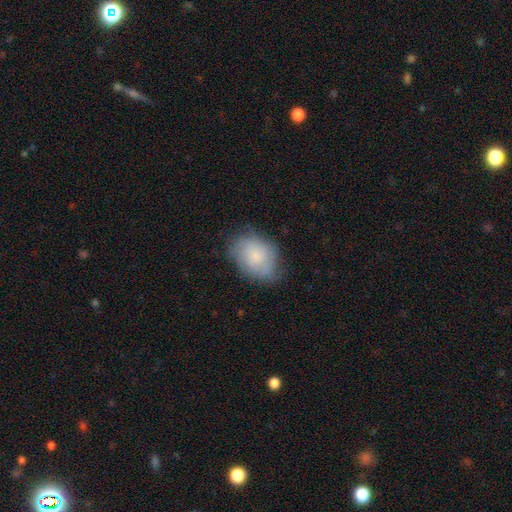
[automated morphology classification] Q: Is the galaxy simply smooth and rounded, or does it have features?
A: smooth — 68%.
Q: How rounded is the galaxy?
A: in between — 76%.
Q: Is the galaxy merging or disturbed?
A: none — 64%.